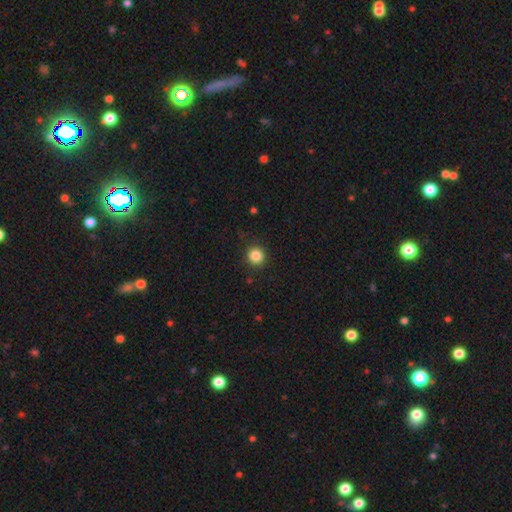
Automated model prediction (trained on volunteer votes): Morphology: type=smooth (85%); roundness=round (93%); merging=none (90%).